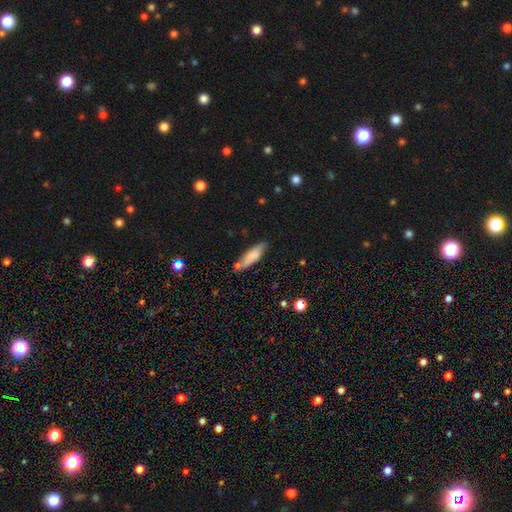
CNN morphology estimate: smooth 80%, featured or disk 14%, star or artifact 6%. Down the decision tree: how rounded — cigar-shaped (62%); merging — none (71%).